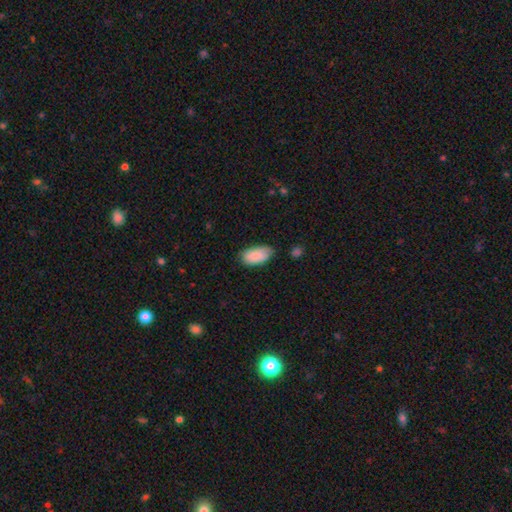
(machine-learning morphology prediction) Smooth or featured: smooth — 87% (featured or disk — 7%)
How rounded: in between — 94% (cigar-shaped — 4%)
Merging: none — 68% (minor disturbance — 25%)